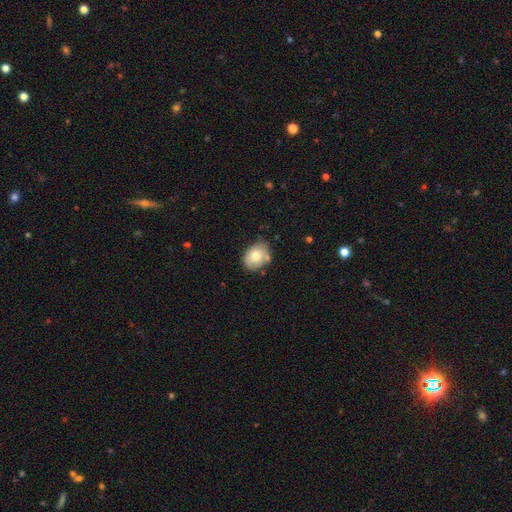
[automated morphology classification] Smooth or featured?
  - smooth: 72% *
  - featured or disk: 20%
  - star or artifact: 8%
How rounded?
  - in between: 58% *
  - round: 41%
  - cigar-shaped: 1%
Merging?
  - none: 66% *
  - minor disturbance: 23%
  - merger: 6%
  - major disturbance: 4%